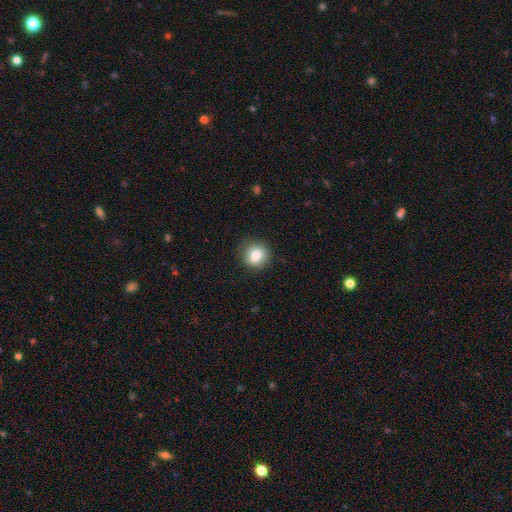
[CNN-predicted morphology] Smooth or featured: smooth — 81% (featured or disk — 10%)
How rounded: round — 85% (in between — 14%)
Merging: none — 85% (minor disturbance — 11%)